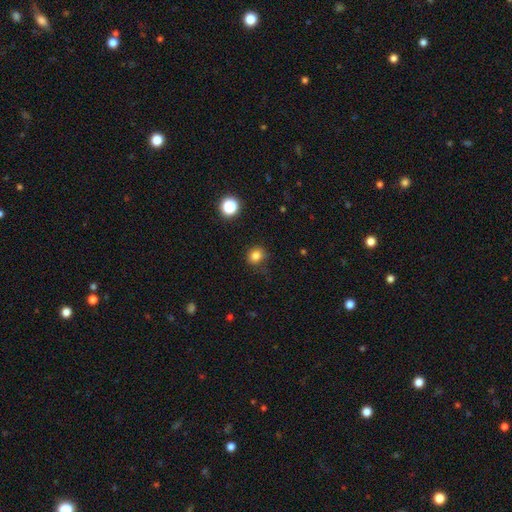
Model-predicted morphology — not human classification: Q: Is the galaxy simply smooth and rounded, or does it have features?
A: smooth — 82%.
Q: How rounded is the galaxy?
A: round — 76%.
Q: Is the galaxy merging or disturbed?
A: none — 81%.